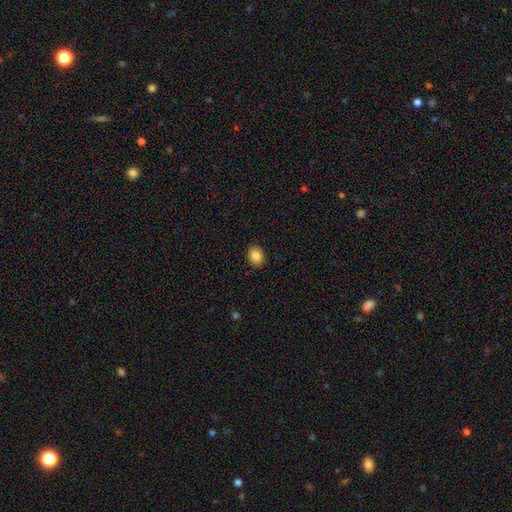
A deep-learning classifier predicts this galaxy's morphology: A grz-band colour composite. It shows a smooth galaxy with no disk features (85%) that is round (53%). Merging: none (90%).